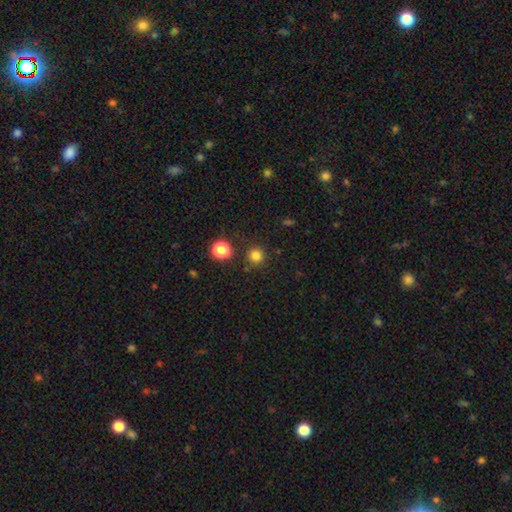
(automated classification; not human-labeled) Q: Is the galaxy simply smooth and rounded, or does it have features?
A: smooth — 81%.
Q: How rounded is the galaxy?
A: round — 94%.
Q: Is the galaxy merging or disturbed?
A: none — 87%.